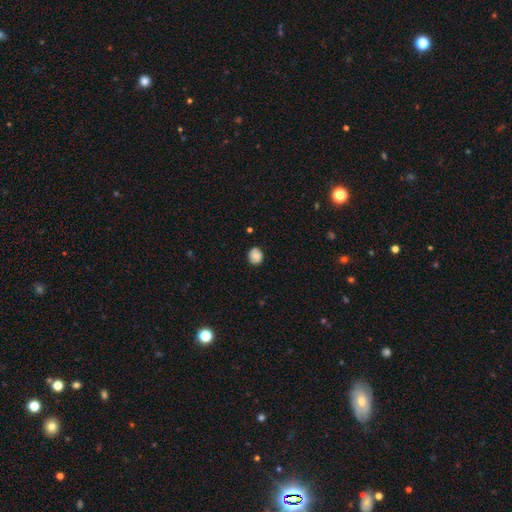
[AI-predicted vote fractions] This appears to be a smooth galaxy with no disk features (76%) that is round (79%). Merging: none (79%).